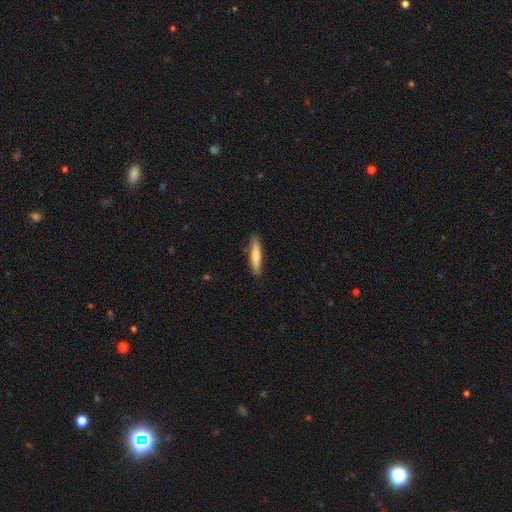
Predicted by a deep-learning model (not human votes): This appears to be a smooth galaxy with no disk features (70%) that is cigar-shaped (87%). Merging: none (87%).